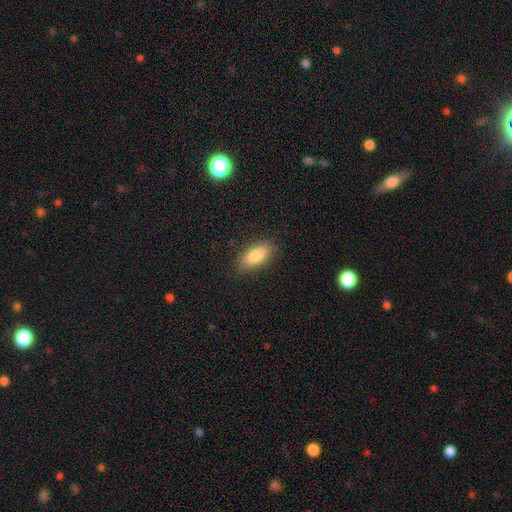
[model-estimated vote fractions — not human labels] Smooth or featured: smooth — 83% (featured or disk — 11%)
How rounded: in between — 83% (cigar-shaped — 14%)
Merging: none — 87% (minor disturbance — 10%)